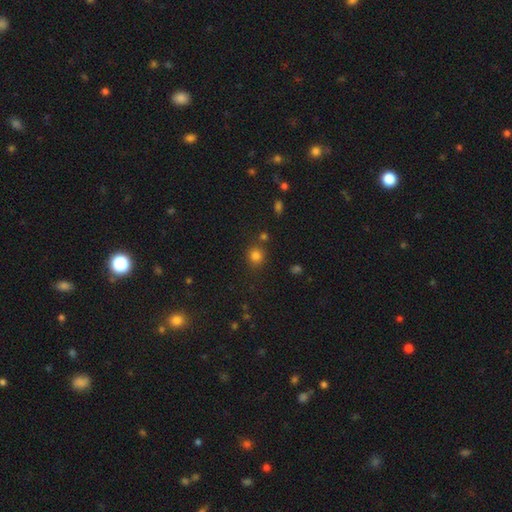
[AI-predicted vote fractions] Smooth or featured?
  - smooth: 79% *
  - star or artifact: 15%
  - featured or disk: 5%
How rounded?
  - round: 88% *
  - in between: 11%
  - cigar-shaped: 1%
Merging?
  - none: 78% *
  - minor disturbance: 10%
  - merger: 9%
  - major disturbance: 4%